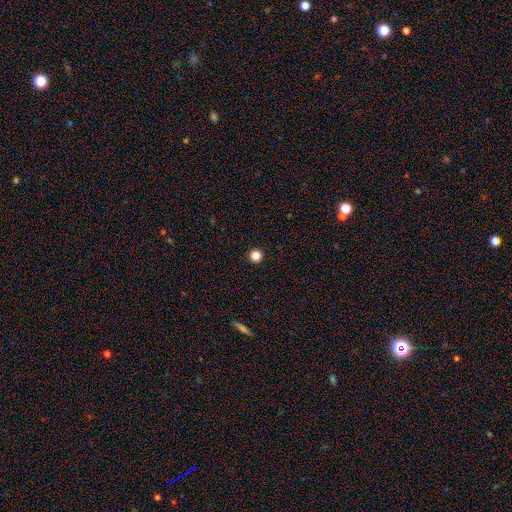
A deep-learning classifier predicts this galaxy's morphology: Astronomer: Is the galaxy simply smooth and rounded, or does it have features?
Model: smooth — 84%.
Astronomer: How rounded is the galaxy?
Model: round — 96%.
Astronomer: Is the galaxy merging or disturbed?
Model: none — 94%.